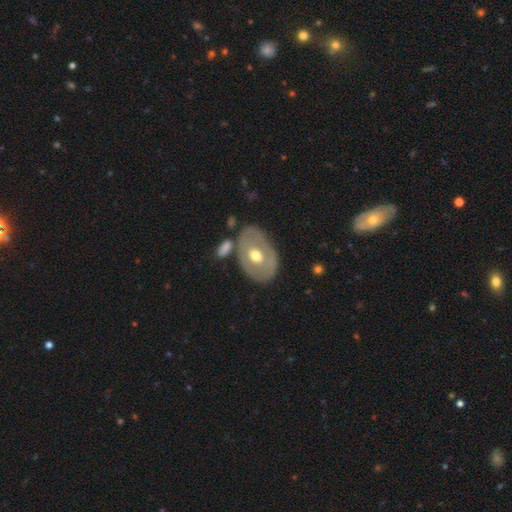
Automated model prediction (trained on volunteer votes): smooth_or_featured: featured or disk (p=0.55) [alt: smooth p=0.40]
disk_edge_on: no (p=0.90) [alt: yes p=0.10]
merging: none (p=0.71) [alt: minor disturbance p=0.15]